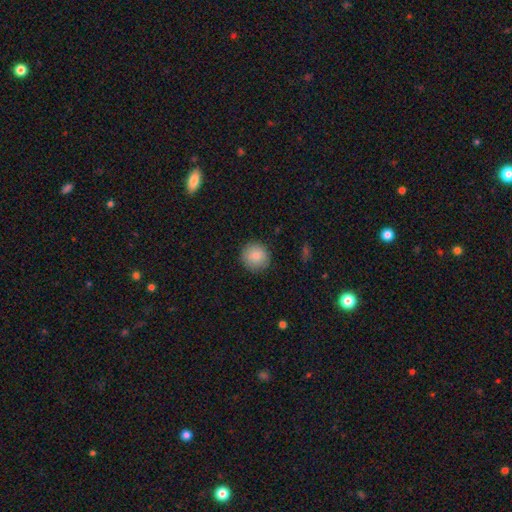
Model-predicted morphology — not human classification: Smooth or featured?
  - smooth: 85% *
  - star or artifact: 8%
  - featured or disk: 6%
How rounded?
  - round: 93% *
  - in between: 6%
  - cigar-shaped: 1%
Merging?
  - none: 89% *
  - minor disturbance: 8%
  - major disturbance: 2%
  - merger: 1%